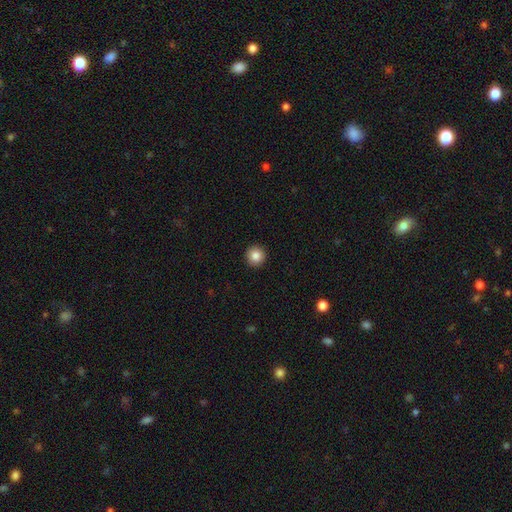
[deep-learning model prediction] Overall: smooth (86%). How rounded: round (95%). Merging: none (93%).